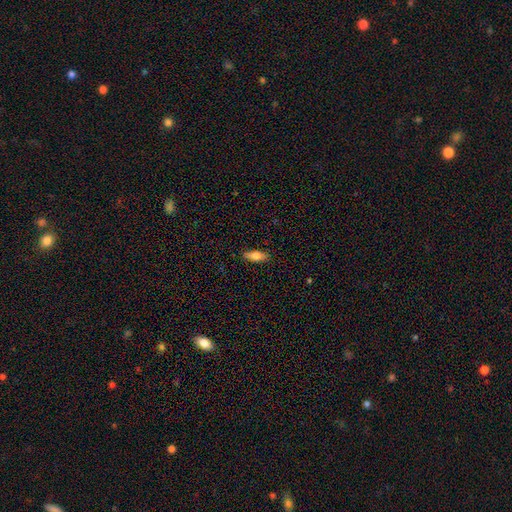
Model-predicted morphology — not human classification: type=smooth (73%); roundness=in between (69%); merging=none (88%).